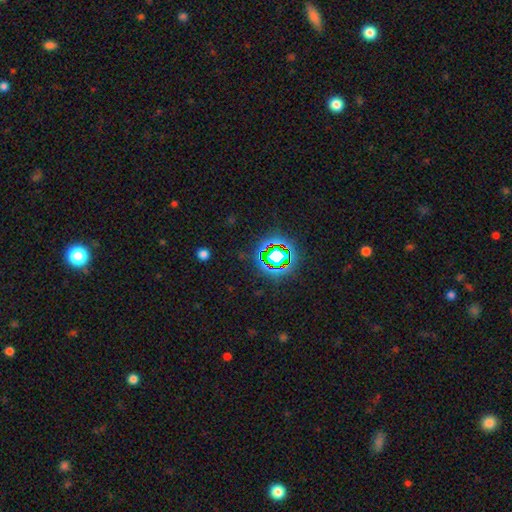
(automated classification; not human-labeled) Morphology: type=star or artifact (77%).